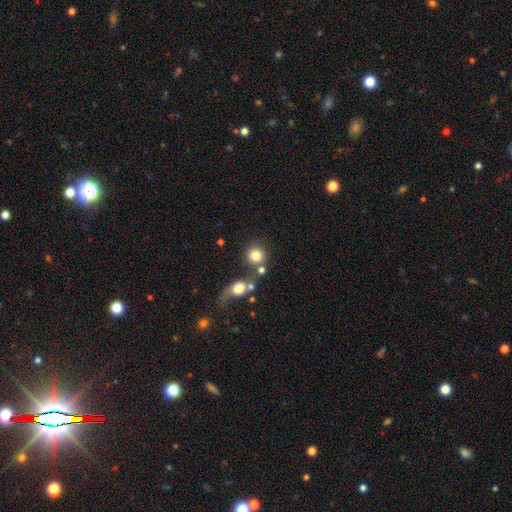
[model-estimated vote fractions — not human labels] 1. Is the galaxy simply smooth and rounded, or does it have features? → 80% smooth, 10% featured or disk, 10% star or artifact.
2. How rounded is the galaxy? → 90% round, 9% in between, 1% cigar-shaped.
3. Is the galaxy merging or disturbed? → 57% none, 25% merger, 9% minor disturbance, 8% major disturbance.